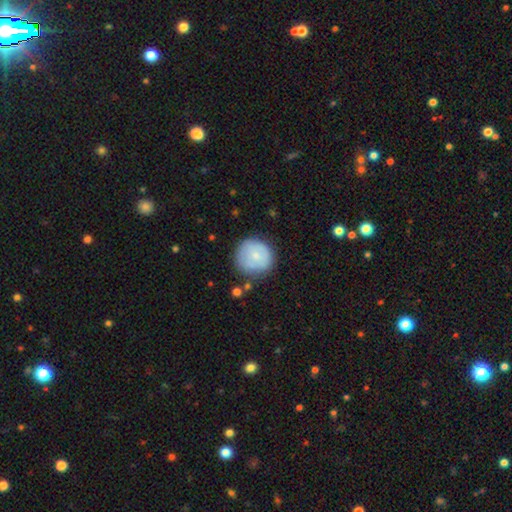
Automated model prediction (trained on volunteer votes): This is likely a smooth galaxy (70%). How rounded: clearly round (92%). Merging: likely none (72%).